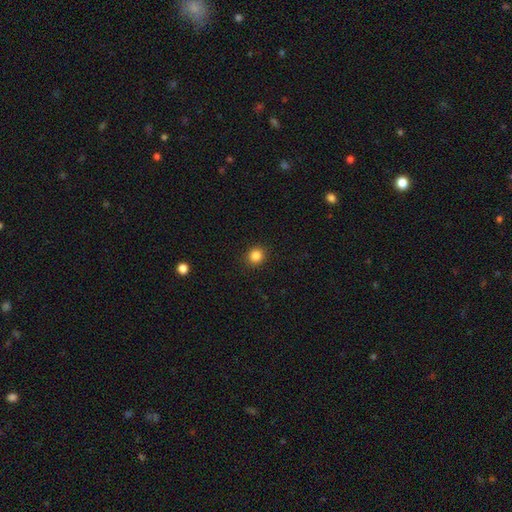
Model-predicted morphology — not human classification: Smooth or featured? smooth (85%)
How rounded? round (84%)
Merging? none (91%)